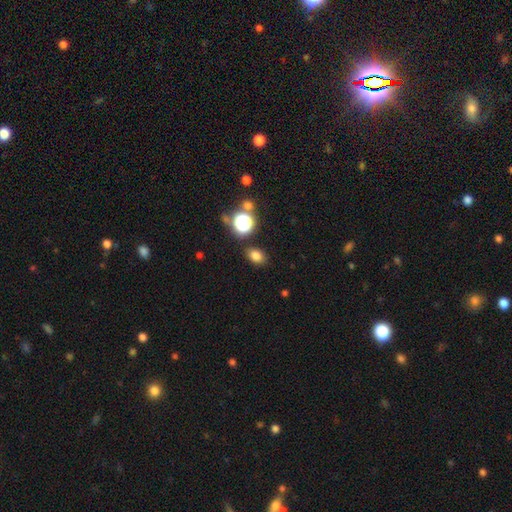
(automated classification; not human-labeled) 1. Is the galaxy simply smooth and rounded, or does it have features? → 77% smooth, 17% star or artifact, 6% featured or disk.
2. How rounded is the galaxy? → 68% in between, 30% round, 1% cigar-shaped.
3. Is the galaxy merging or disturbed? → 83% none, 10% minor disturbance, 4% merger, 3% major disturbance.